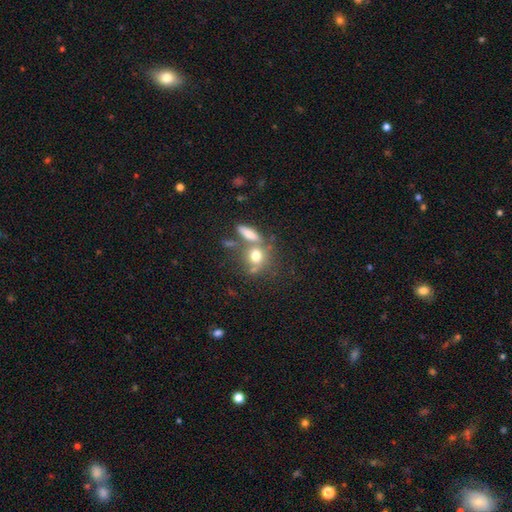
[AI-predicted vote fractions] A smooth galaxy with no disk features (72%) that is round (66%). Merging: none (49%).